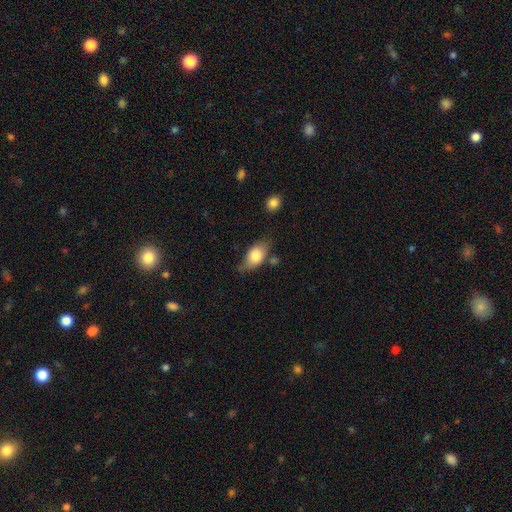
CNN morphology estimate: smooth-or-featured: smooth: 72% | featured or disk: 22% | star or artifact: 7%
  how-rounded: in between: 85% | round: 9% | cigar-shaped: 6%
  merging: none: 58% | minor disturbance: 28% | major disturbance: 8% | merger: 6%